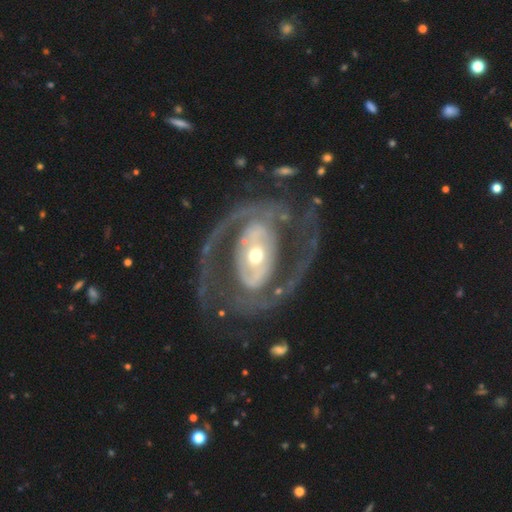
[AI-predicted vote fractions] Q: Smooth or featured?
A: featured or disk (86%); runner-up: smooth (9%)
Q: Edge-on disk?
A: no (96%); runner-up: yes (4%)
Q: Bar?
A: no (43%); runner-up: strong (30%)
Q: Spiral arms?
A: yes (79%); runner-up: no (21%)
Q: Spiral winding?
A: medium (44%); runner-up: tight (33%)
Q: Spiral arm count?
A: 2 (81%); runner-up: can't tell (8%)
Q: Bulge size?
A: moderate (58%); runner-up: small (31%)
Q: Merging?
A: none (66%); runner-up: major disturbance (18%)